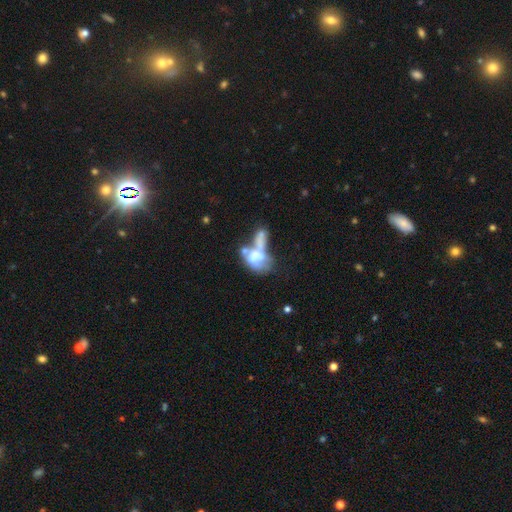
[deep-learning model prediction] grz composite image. It shows a featured or disk galaxy (51%). Merging: merger (59%).